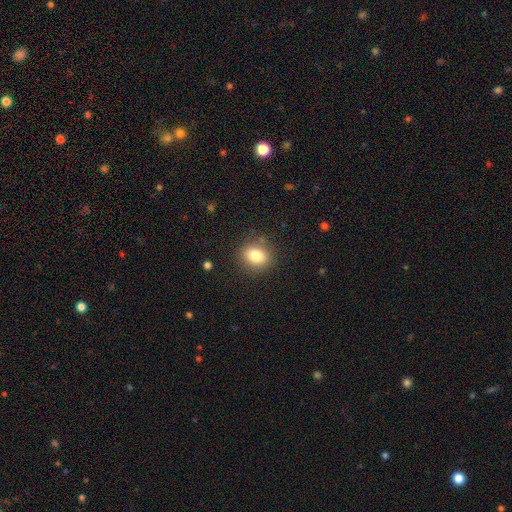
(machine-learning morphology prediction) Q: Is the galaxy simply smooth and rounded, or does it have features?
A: smooth — 81%.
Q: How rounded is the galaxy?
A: round — 63%.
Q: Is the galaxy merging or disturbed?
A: none — 85%.